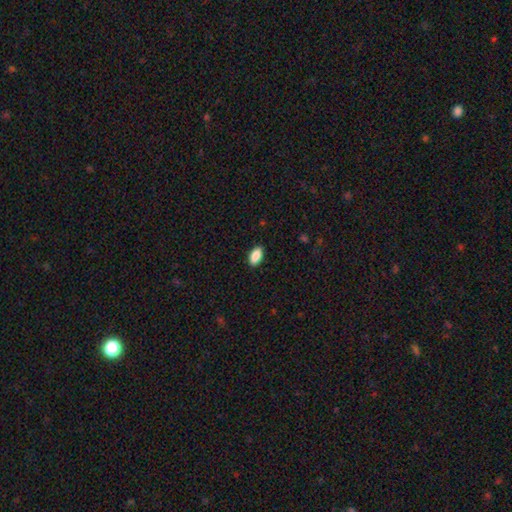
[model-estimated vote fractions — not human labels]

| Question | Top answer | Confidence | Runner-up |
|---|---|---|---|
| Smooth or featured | smooth | 89% | star or artifact (7%) |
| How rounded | in between | 92% | cigar-shaped (5%) |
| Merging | none | 89% | minor disturbance (8%) |